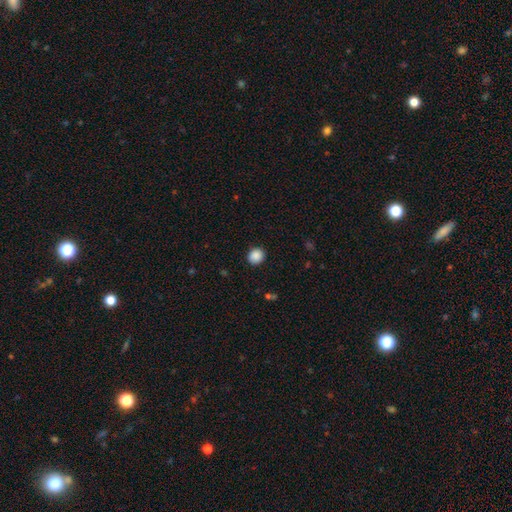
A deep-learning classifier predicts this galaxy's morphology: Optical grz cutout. It shows a smooth galaxy with no disk features (89%) that is round (79%). Merging: none (91%).